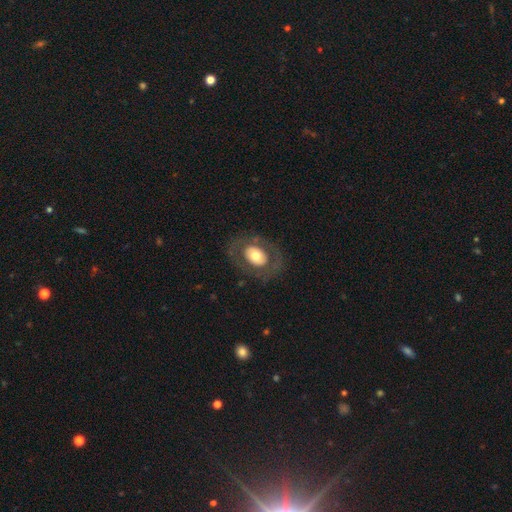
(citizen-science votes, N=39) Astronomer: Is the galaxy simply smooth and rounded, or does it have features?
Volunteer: featured or disk — 56% (runner-up: smooth, 44%).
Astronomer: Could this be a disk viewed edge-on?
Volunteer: no — 95%.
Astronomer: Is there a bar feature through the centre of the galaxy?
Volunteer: no — 100%.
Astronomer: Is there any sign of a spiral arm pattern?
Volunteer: no — 95%.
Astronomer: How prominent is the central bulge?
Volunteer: moderate — 76%.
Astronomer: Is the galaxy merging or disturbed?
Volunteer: none — 85%.